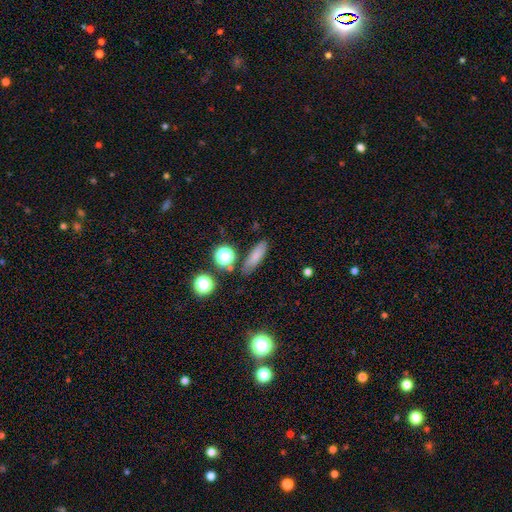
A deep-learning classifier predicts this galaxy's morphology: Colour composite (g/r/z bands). It shows a smooth galaxy with no disk features (74%) that is cigar-shaped (48%). Merging: none (77%).